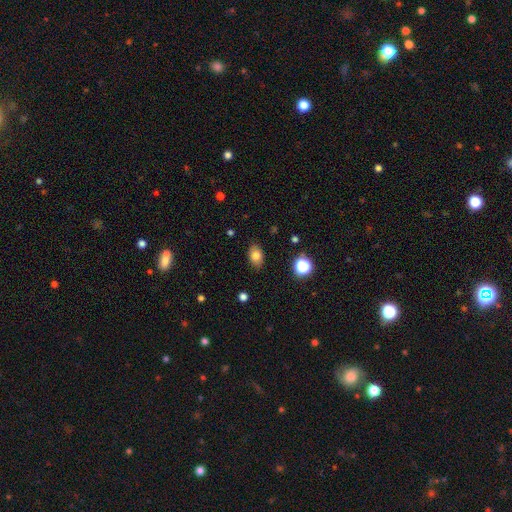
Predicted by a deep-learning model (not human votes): A smooth galaxy with no disk features (80%) that is in between round and cigar-shaped (81%). Merging: none (84%).